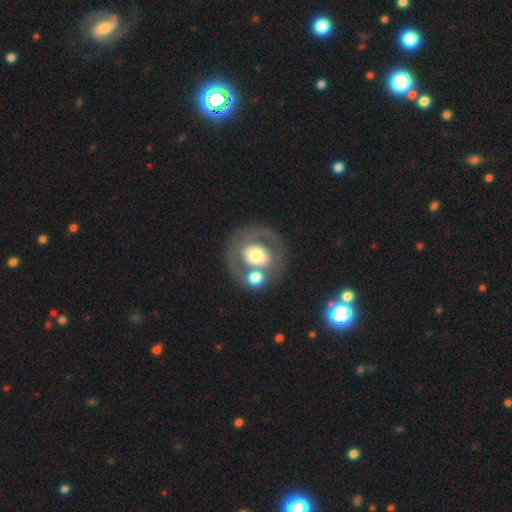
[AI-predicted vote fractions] This is possibly a featured or disk galaxy (51%). It is clearly not viewed edge-on (95%). Merging: possibly none (54%).